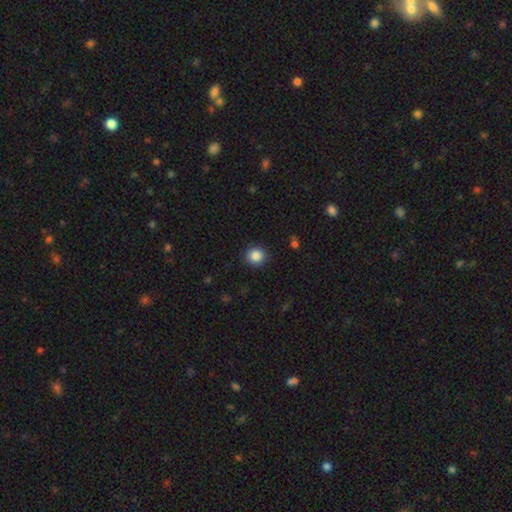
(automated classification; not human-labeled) Smooth or featured: smooth — 86% (star or artifact — 10%)
How rounded: round — 91% (in between — 8%)
Merging: none — 91% (minor disturbance — 6%)